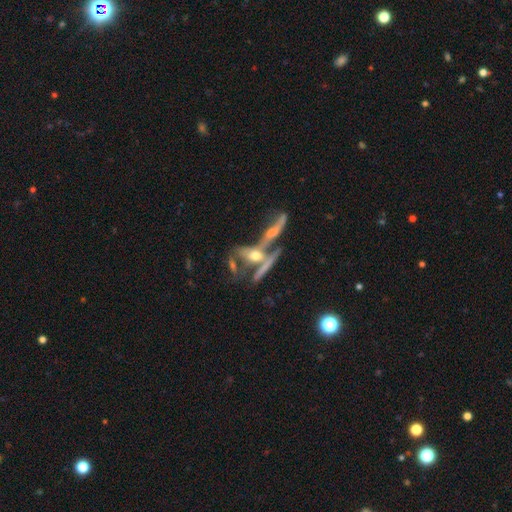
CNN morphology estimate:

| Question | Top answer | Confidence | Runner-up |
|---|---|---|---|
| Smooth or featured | featured or disk | 62% | smooth (27%) |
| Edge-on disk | yes | 65% | no (35%) |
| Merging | merger | 55% | none (27%) |